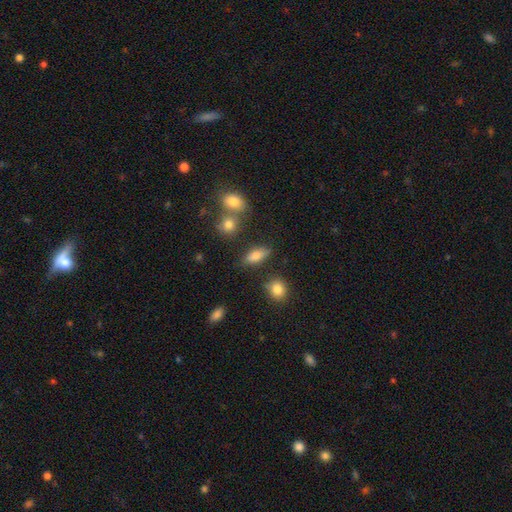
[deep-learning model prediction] Overall: smooth (78%). How rounded: in between (81%). Merging: none (76%).